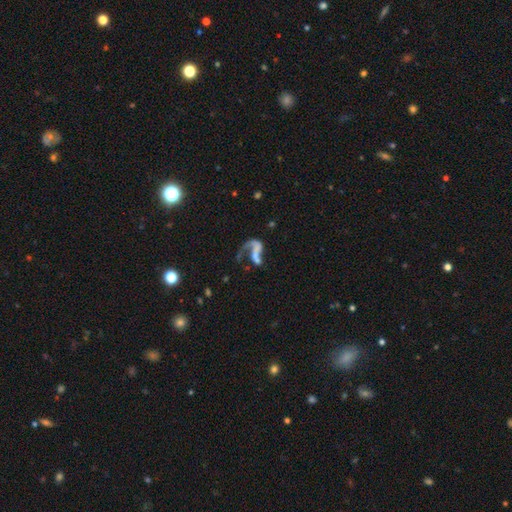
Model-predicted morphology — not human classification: smooth-or-featured: featured or disk: 62% | smooth: 24% | star or artifact: 13%
  disk-edge-on: no: 95% | yes: 5%
    bar: no: 65% | weak: 20% | strong: 16%
    has-spiral-arms: yes: 56% | no: 44%
    bulge-size: none: 69% | small: 18% | moderate: 8% | large: 3% | dominant: 2%
  merging: major disturbance: 43% | merger: 24% | none: 23% | minor disturbance: 11%